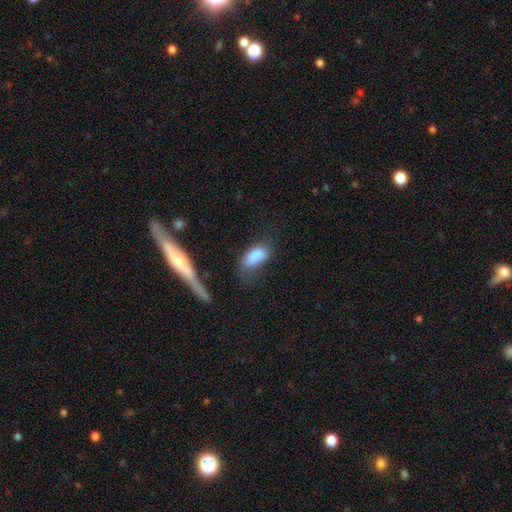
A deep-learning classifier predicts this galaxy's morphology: type=smooth (81%); roundness=in between (89%); merging=none (40%).